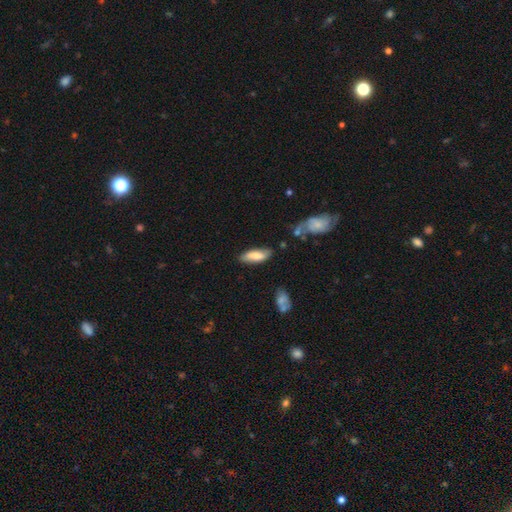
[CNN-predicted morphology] type=smooth (73%); roundness=in between (68%); merging=none (74%).